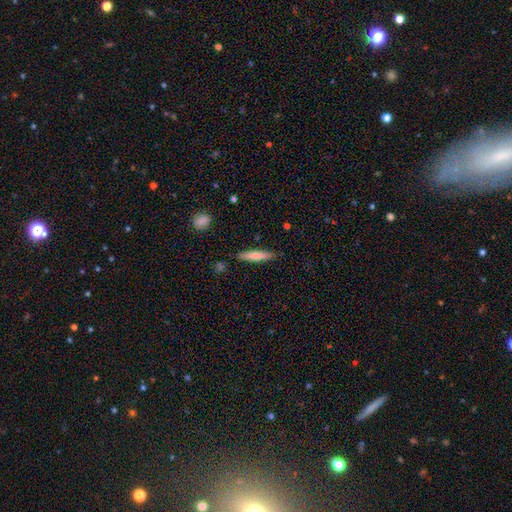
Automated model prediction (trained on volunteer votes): Smooth or featured? Predicted: smooth (p=0.70). How rounded? Predicted: cigar-shaped (p=0.90). Merging? Predicted: none (p=0.87).